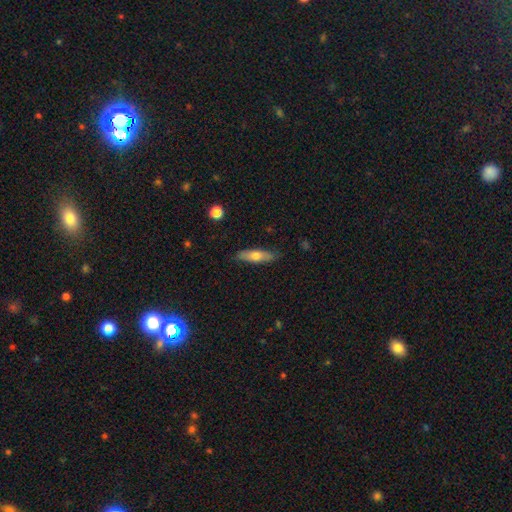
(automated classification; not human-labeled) Smooth or featured: smooth — 64% (featured or disk — 30%)
How rounded: cigar-shaped — 58% (in between — 40%)
Merging: none — 84% (minor disturbance — 13%)